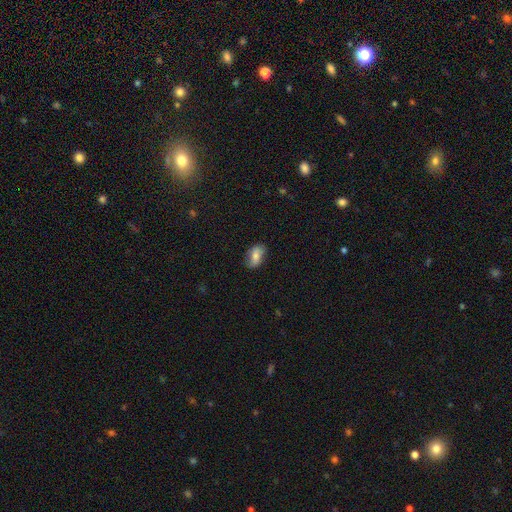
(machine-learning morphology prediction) Q: Smooth or featured?
A: smooth (71%); runner-up: featured or disk (21%)
Q: How rounded?
A: in between (89%); runner-up: round (7%)
Q: Merging?
A: none (79%); runner-up: minor disturbance (17%)